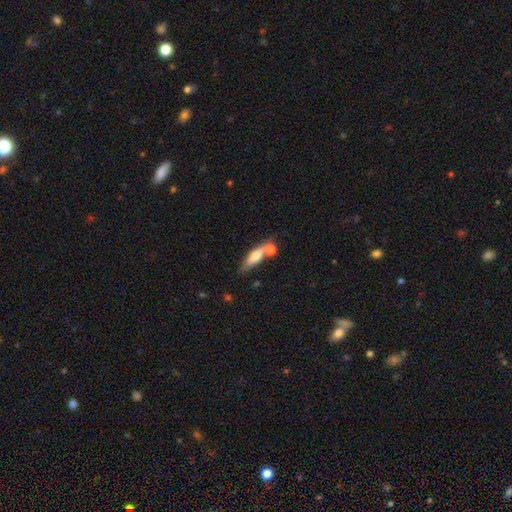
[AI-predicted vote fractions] A smooth galaxy with no disk features (63%) that is cigar-shaped (50%).

Vote fractions:
- Smooth or featured? smooth: 63% / featured or disk: 30% / star or artifact: 7%
- How rounded? cigar-shaped: 50% / in between: 45% / round: 4%
- Merging? none: 51% / merger: 28% / minor disturbance: 15% / major disturbance: 5%